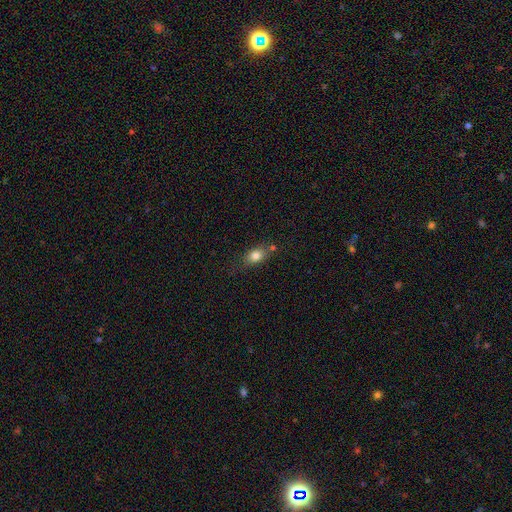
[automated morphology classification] Smooth or featured? Predicted: smooth (p=0.80). How rounded? Predicted: in between (p=0.71). Merging? Predicted: none (p=0.64).